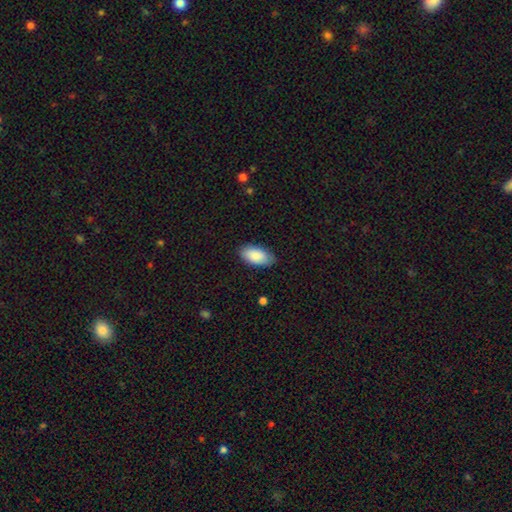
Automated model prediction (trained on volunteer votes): Smooth or featured? smooth (88%)
How rounded? in between (94%)
Merging? none (83%)